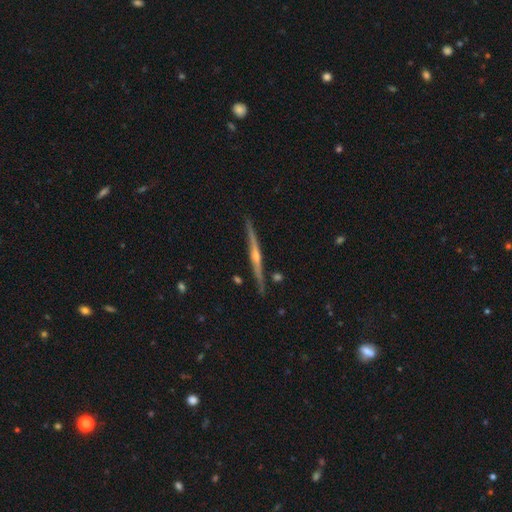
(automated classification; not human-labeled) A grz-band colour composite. It shows a featured or disk galaxy (83%) viewed edge-on (98%) with a rounded central bulge (83%). Merging: none (89%).